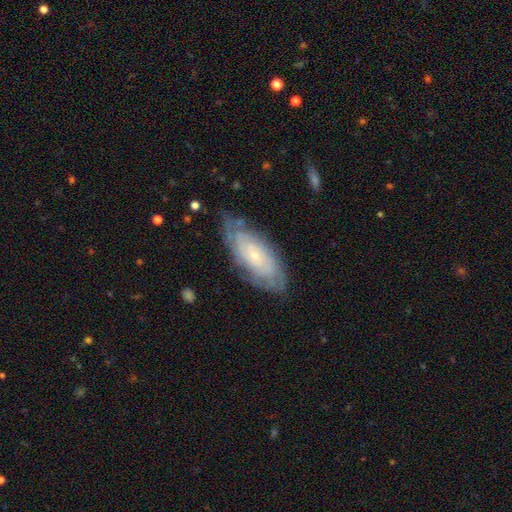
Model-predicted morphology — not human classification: This is likely a featured or disk galaxy (61%). It is clearly not viewed edge-on (84%). Bar: likely no (76%). Spiral arm pattern: clearly yes (82%). Central bulge: likely small (70%). Merging: likely none (76%).